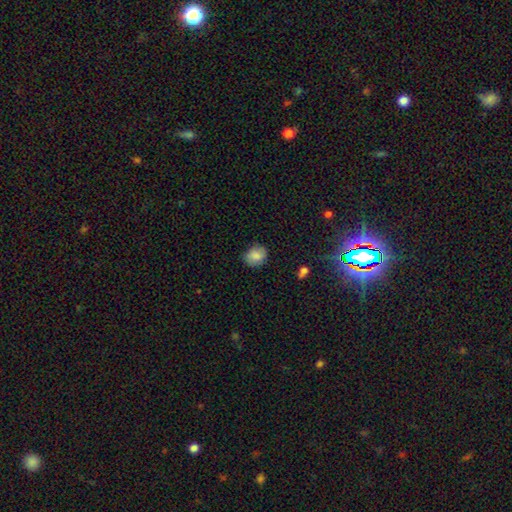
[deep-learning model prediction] Smooth or featured? Predicted: smooth (p=0.85). How rounded? Predicted: round (p=0.51). Merging? Predicted: none (p=0.81).